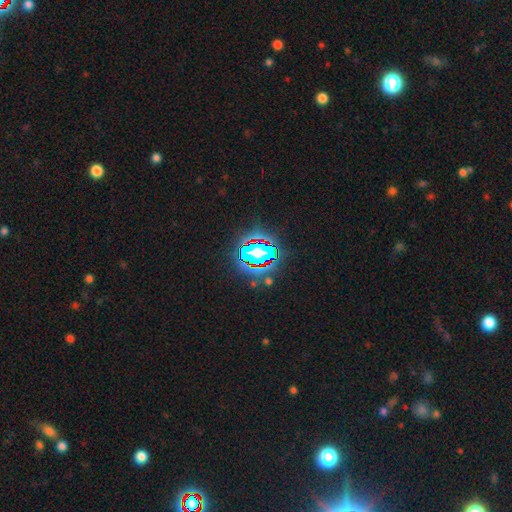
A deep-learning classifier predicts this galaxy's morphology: Smooth or featured?
  - star or artifact: 62% *
  - smooth: 22%
  - featured or disk: 17%